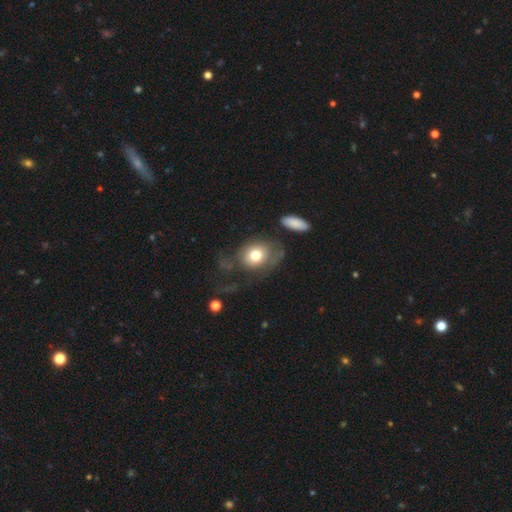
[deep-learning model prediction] smooth-or-featured: smooth: 70% | featured or disk: 22% | star or artifact: 8%
  how-rounded: round: 54% | in between: 45% | cigar-shaped: 1%
  merging: none: 40% | major disturbance: 34% | minor disturbance: 21% | merger: 5%